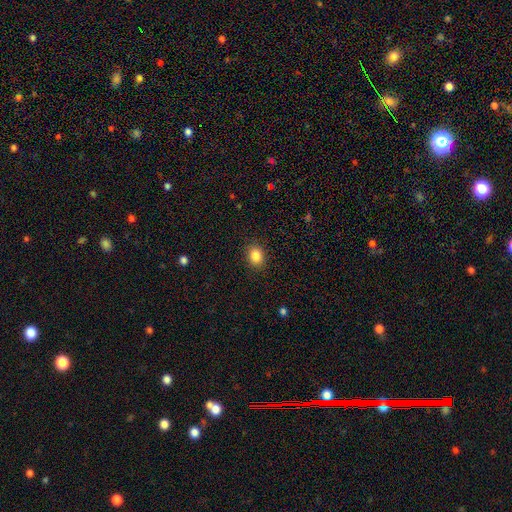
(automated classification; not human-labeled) A smooth galaxy with no disk features (86%) that is round (52%).

Vote fractions:
- Smooth or featured? smooth: 86% / star or artifact: 10% / featured or disk: 4%
- How rounded? round: 52% / in between: 47% / cigar-shaped: 1%
- Merging? none: 89% / minor disturbance: 8% / major disturbance: 2% / merger: 1%